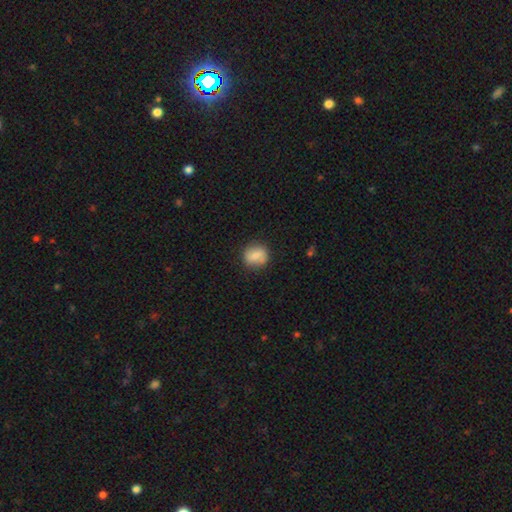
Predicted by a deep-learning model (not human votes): Smooth or featured? smooth (75%)
How rounded? round (75%)
Merging? none (81%)